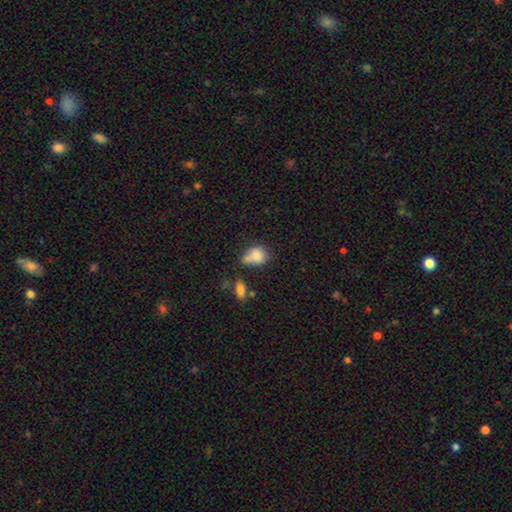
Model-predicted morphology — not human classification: smooth_or_featured: smooth (p=0.78) [alt: featured or disk p=0.12]
how_rounded: in between (p=0.59) [alt: round p=0.39]
merging: none (p=0.33) [alt: merger p=0.28]